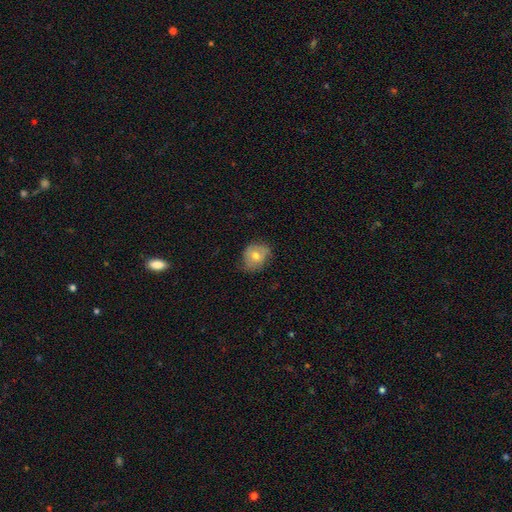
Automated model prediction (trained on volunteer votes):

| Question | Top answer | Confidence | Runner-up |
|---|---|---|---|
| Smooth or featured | smooth | 62% | featured or disk (29%) |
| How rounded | round | 54% | in between (45%) |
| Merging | none | 64% | minor disturbance (28%) |